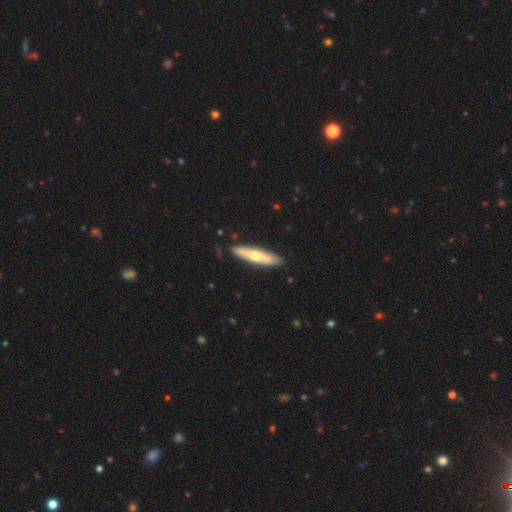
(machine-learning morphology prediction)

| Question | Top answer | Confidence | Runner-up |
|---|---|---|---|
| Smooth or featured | smooth | 53% | featured or disk (42%) |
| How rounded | cigar-shaped | 82% | in between (17%) |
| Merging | none | 88% | minor disturbance (9%) |